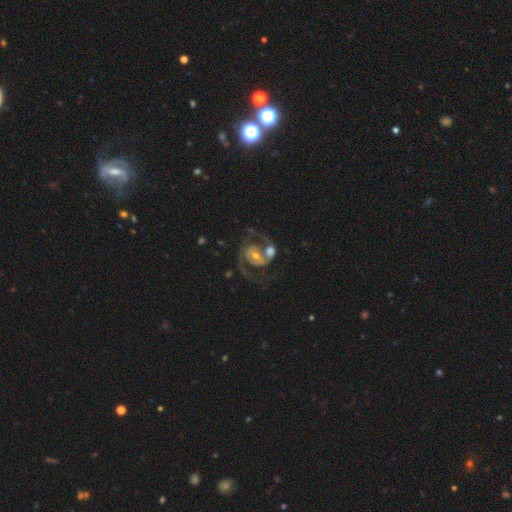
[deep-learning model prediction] Morphology: type=featured or disk (87%); edge-on=no (98%); bar=no (43%); spiral arms=yes (95%); winding=medium (51%); arm count=2 (86%); bulge=moderate (51%); merging=none (43%).